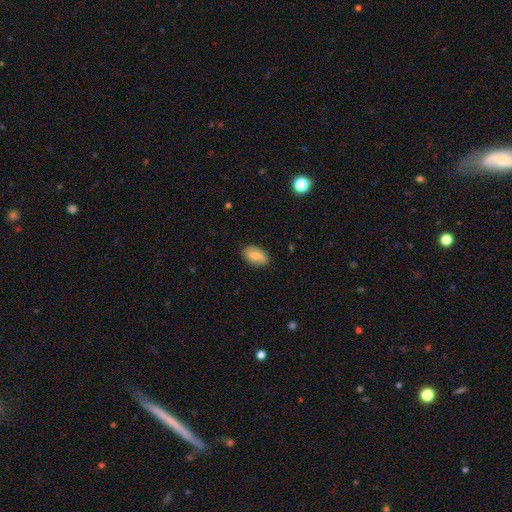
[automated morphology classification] Smooth or featured: smooth — 72% (featured or disk — 21%)
How rounded: in between — 91% (round — 7%)
Merging: none — 82% (minor disturbance — 14%)